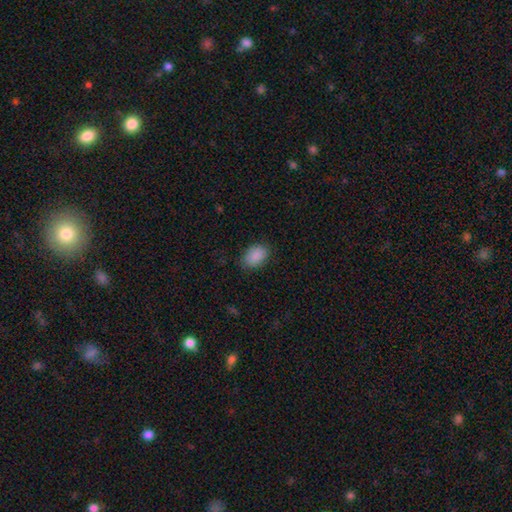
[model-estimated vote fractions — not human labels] Smooth or featured?
  - smooth: 89% *
  - star or artifact: 7%
  - featured or disk: 4%
How rounded?
  - in between: 85% *
  - round: 13%
  - cigar-shaped: 1%
Merging?
  - none: 82% *
  - minor disturbance: 14%
  - major disturbance: 3%
  - merger: 1%